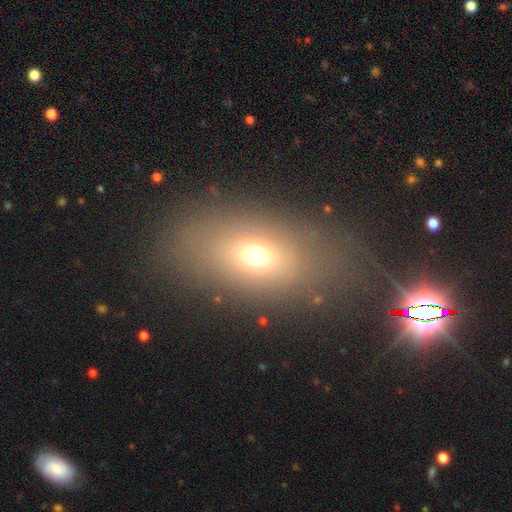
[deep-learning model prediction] smooth-or-featured: smooth: 65% | star or artifact: 18% | featured or disk: 17%
  how-rounded: in between: 75% | round: 22% | cigar-shaped: 4%
  merging: none: 76% | minor disturbance: 12% | major disturbance: 10% | merger: 3%